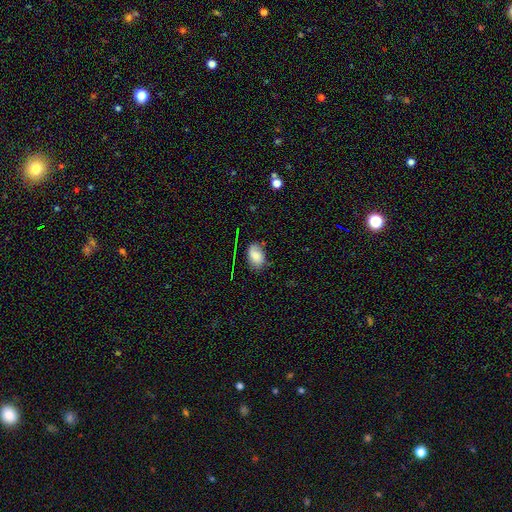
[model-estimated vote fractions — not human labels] smooth 81%, featured or disk 9%, star or artifact 9%. Down the decision tree: how rounded — in between (86%); merging — none (70%).